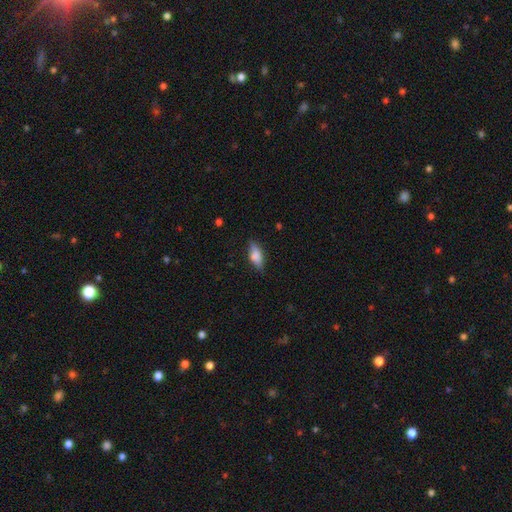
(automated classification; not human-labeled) smooth 70%, featured or disk 23%, star or artifact 7%. Down the decision tree: how rounded — in between (71%); merging — none (76%).